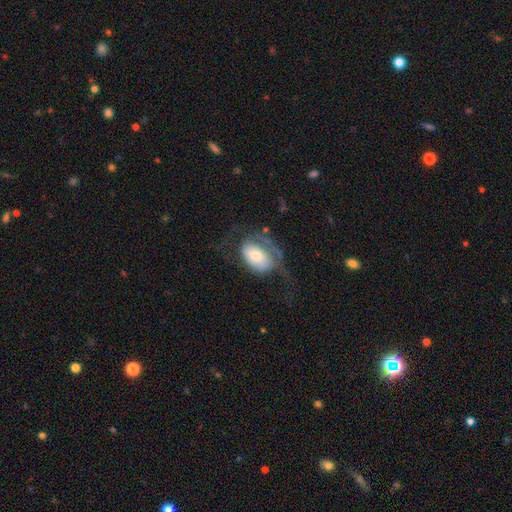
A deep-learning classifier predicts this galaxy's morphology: The model was most divided on "smooth or featured": featured or disk: 51%, smooth: 43%, star or artifact: 7%. Remaining: edge-on disk — no (94%); merging — major disturbance (48%).